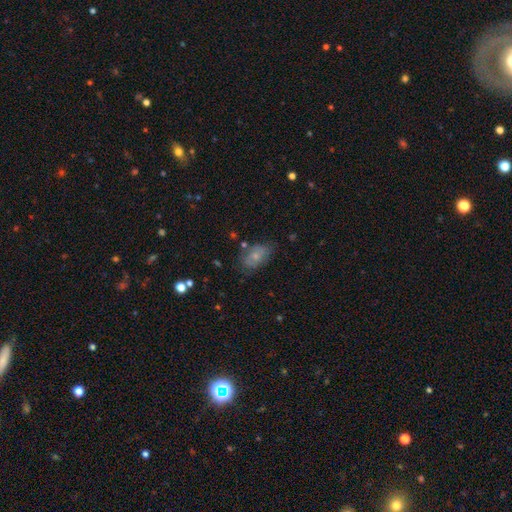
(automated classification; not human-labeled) A smooth galaxy with no disk features (64%) that is in between round and cigar-shaped (87%). Merging: none (65%).